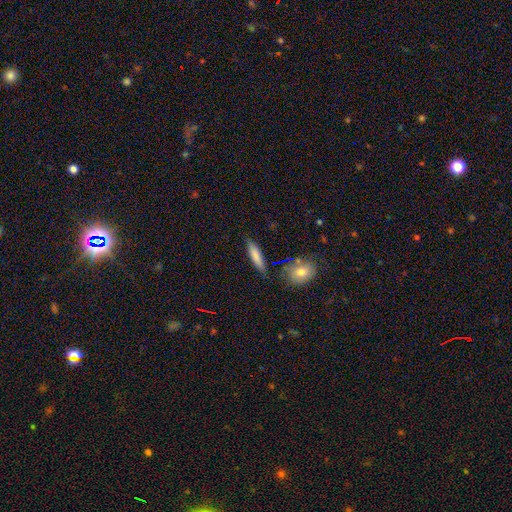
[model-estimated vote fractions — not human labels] Smooth or featured? smooth (79%)
How rounded? cigar-shaped (72%)
Merging? none (81%)